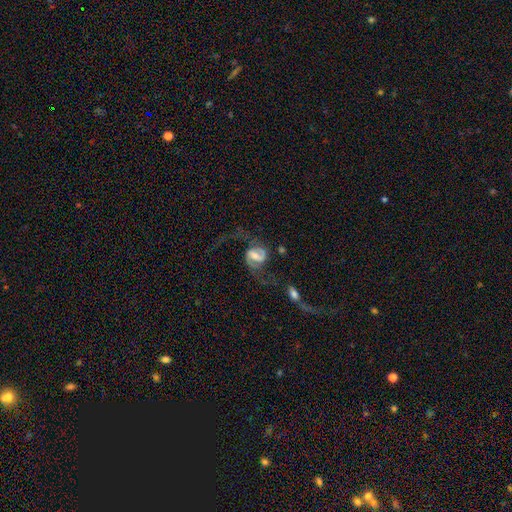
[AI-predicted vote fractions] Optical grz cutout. It shows a featured or disk galaxy (84%) with a weak bar (50%), 2 (90%) loose (51%) spiral arms (94%) and a moderate central bulge (44%). Merging: none (45%).